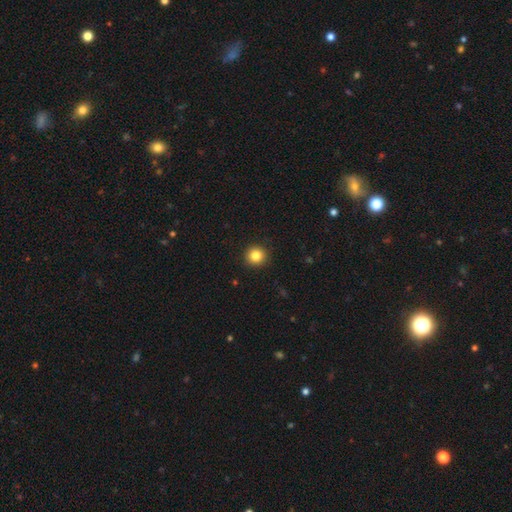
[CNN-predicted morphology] This appears to be a smooth galaxy with no disk features (85%) that is round (94%). Merging: none (92%).